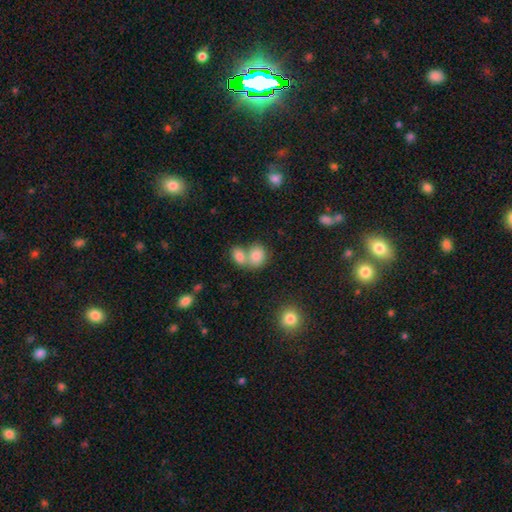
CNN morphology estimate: This appears to be a smooth galaxy with no disk features (81%) that is round (55%). Merging: merger (58%).